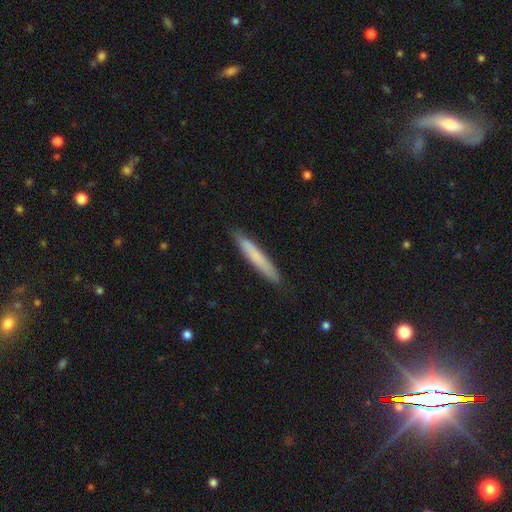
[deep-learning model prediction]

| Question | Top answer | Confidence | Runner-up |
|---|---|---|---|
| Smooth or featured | smooth | 73% | featured or disk (21%) |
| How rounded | cigar-shaped | 95% | in between (3%) |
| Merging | none | 89% | minor disturbance (9%) |